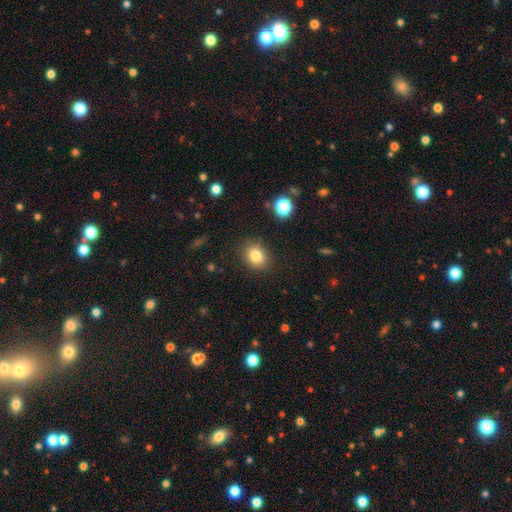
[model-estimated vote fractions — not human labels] This appears to be a smooth galaxy with no disk features (81%) that is round (59%). Merging: none (86%).